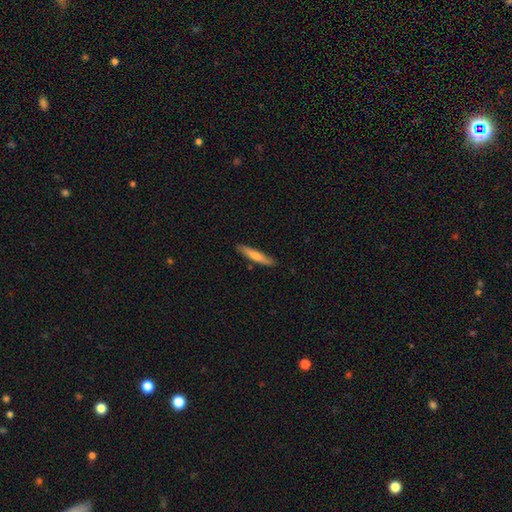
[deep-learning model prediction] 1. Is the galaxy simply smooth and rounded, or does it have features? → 68% smooth, 26% featured or disk, 5% star or artifact.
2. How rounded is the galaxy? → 90% cigar-shaped, 9% in between, 1% round.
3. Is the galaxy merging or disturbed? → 87% none, 9% minor disturbance, 2% major disturbance, 2% merger.